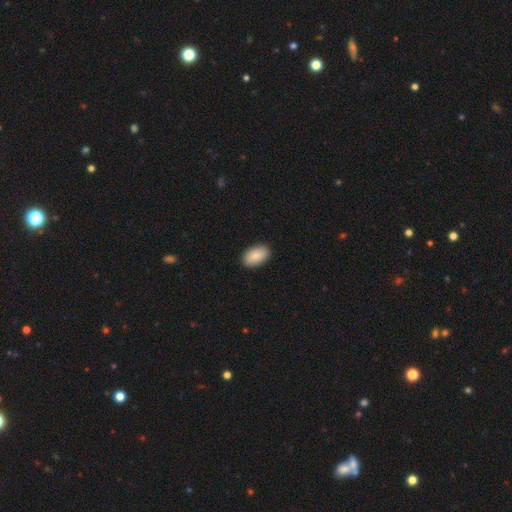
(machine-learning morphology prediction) Smooth or featured? smooth (86%)
How rounded? in between (93%)
Merging? none (90%)